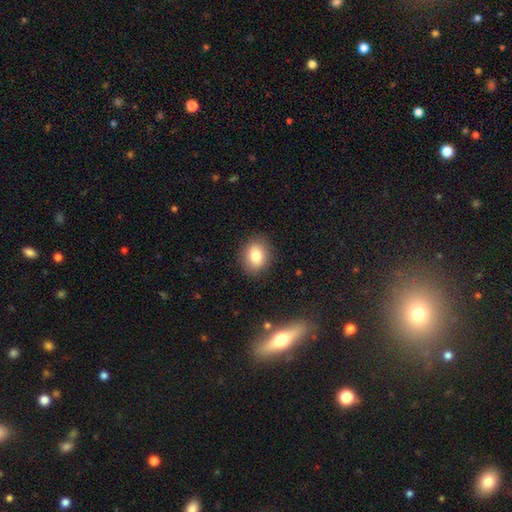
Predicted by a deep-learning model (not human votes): Smooth or featured?
  - smooth: 82% *
  - featured or disk: 9%
  - star or artifact: 9%
How rounded?
  - in between: 57% *
  - round: 41%
  - cigar-shaped: 1%
Merging?
  - none: 87% *
  - minor disturbance: 9%
  - major disturbance: 3%
  - merger: 1%